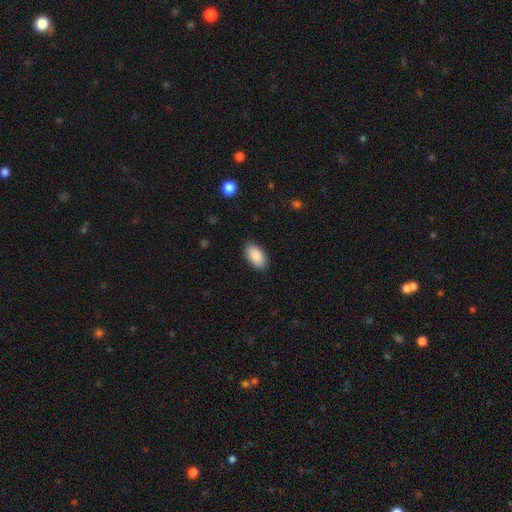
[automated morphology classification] Smooth or featured?
  - smooth: 89% *
  - star or artifact: 6%
  - featured or disk: 4%
How rounded?
  - in between: 95% *
  - round: 3%
  - cigar-shaped: 2%
Merging?
  - none: 87% *
  - minor disturbance: 9%
  - major disturbance: 2%
  - merger: 1%